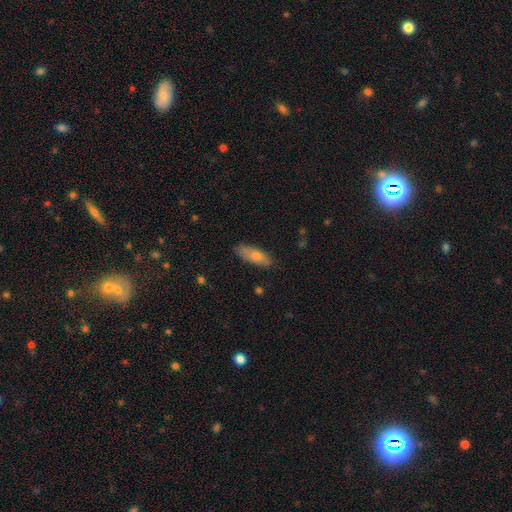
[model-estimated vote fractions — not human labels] This appears to be a smooth galaxy with no disk features (68%) that is in between round and cigar-shaped (59%). Merging: none (82%).